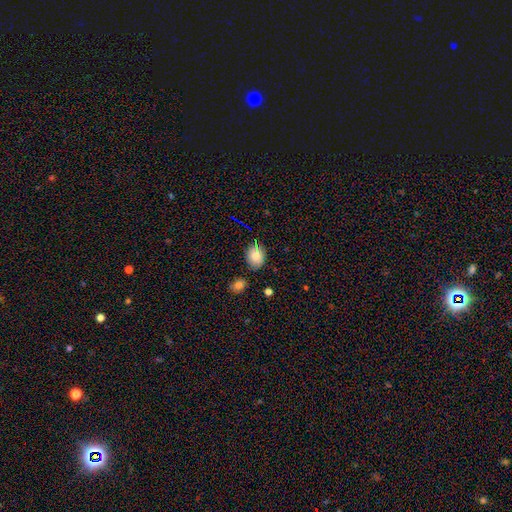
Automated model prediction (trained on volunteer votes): smooth-or-featured: smooth: 79% | star or artifact: 11% | featured or disk: 10%
  how-rounded: in between: 61% | round: 38% | cigar-shaped: 1%
  merging: none: 75% | minor disturbance: 18% | merger: 4% | major disturbance: 3%